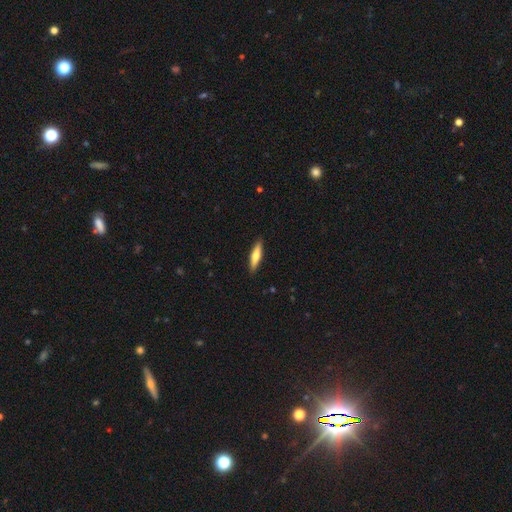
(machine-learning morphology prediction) smooth 62%, featured or disk 32%, star or artifact 5%. Down the decision tree: how rounded — cigar-shaped (78%); merging — none (90%).